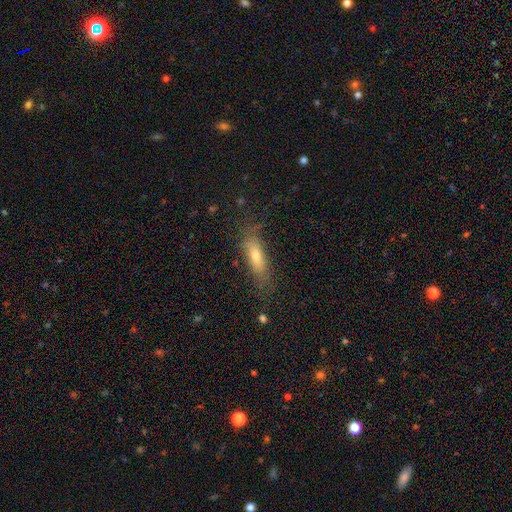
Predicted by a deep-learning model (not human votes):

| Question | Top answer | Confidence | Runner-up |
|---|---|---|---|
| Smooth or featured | smooth | 65% | featured or disk (26%) |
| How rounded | in between | 52% | cigar-shaped (45%) |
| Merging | none | 67% | minor disturbance (21%) |